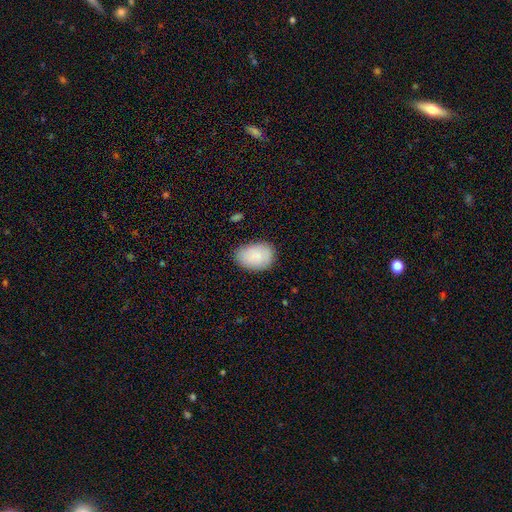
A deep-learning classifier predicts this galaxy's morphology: type=smooth (82%); roundness=in between (84%); merging=none (78%).